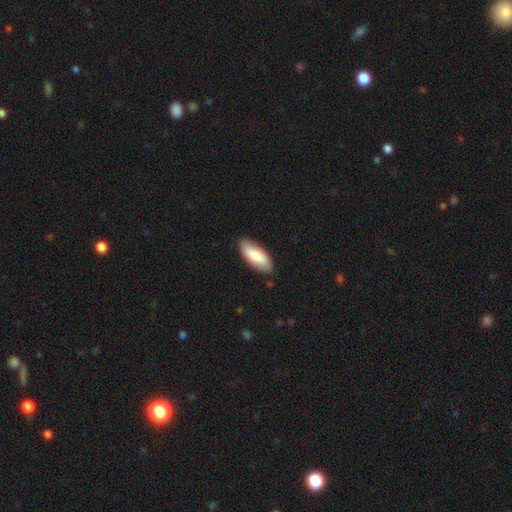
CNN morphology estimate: This is clearly a smooth galaxy (83%). How rounded: clearly in between (81%). Merging: clearly none (85%).